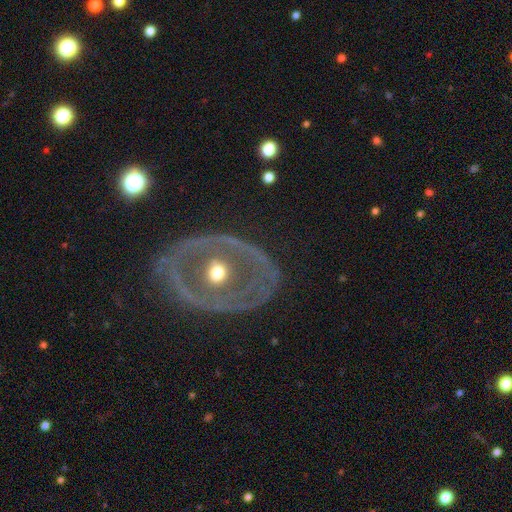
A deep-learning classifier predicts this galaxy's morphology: A featured or disk galaxy (76%) with no bar (75%), no spiral arms (79%) and a moderate central bulge (72%). Merging: none (78%).